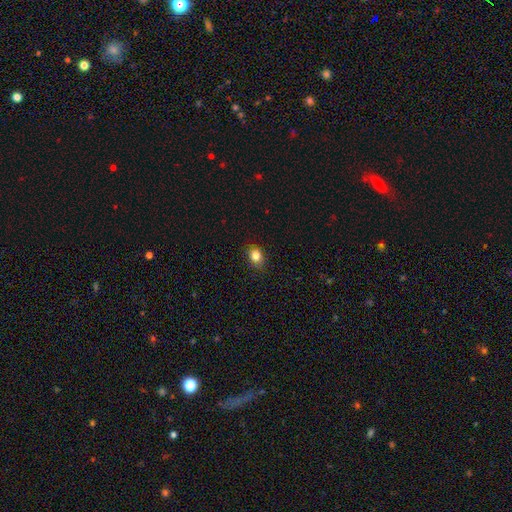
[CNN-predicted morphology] A smooth galaxy with no disk features (83%) that is round (51%). Merging: none (87%).